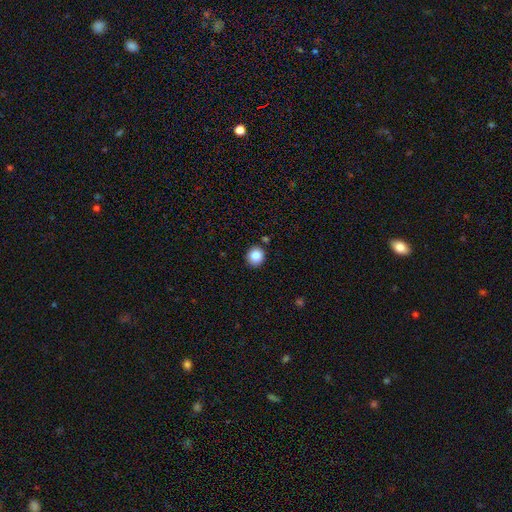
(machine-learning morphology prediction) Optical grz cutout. It shows a smooth galaxy with no disk features (85%) that is round (87%). Merging: none (88%).